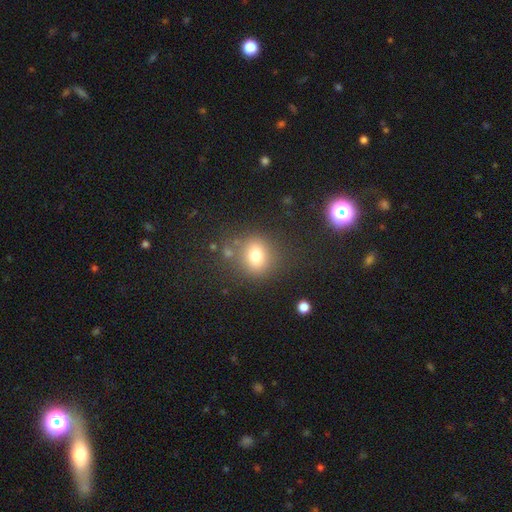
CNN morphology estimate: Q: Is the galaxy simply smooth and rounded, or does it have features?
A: smooth — 76%.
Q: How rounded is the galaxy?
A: round — 71%.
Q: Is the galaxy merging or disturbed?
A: none — 78%.